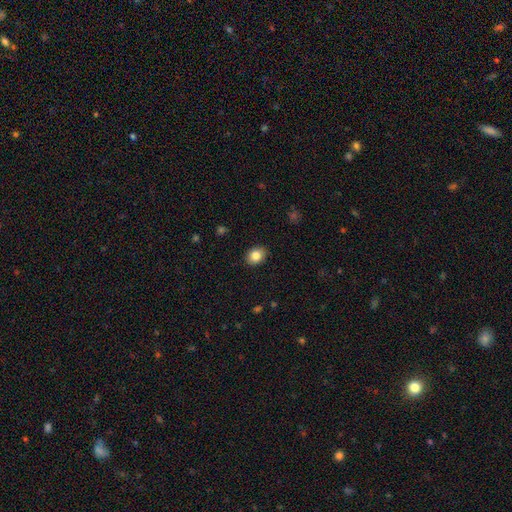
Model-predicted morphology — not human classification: Overall: smooth (84%). How rounded: in between (63%; round 36%). Merging: none (88%).